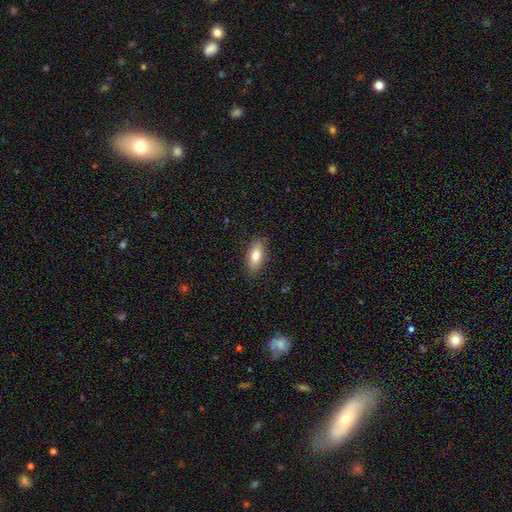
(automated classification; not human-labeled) This is likely a smooth galaxy (77%). How rounded: clearly in between (81%). Merging: clearly none (86%).